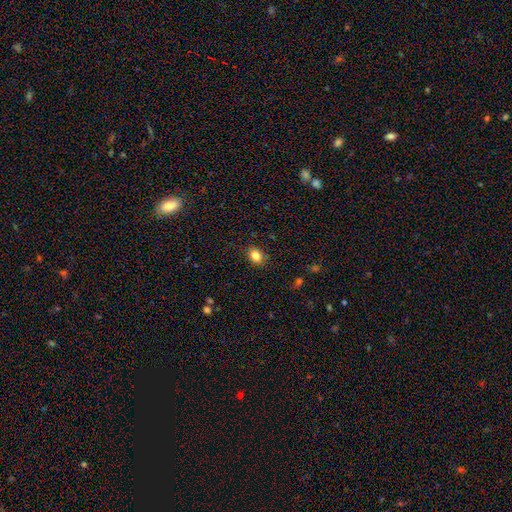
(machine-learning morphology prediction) Q: Smooth or featured?
A: smooth (84%); runner-up: star or artifact (10%)
Q: How rounded?
A: in between (66%); runner-up: round (33%)
Q: Merging?
A: none (87%); runner-up: minor disturbance (10%)